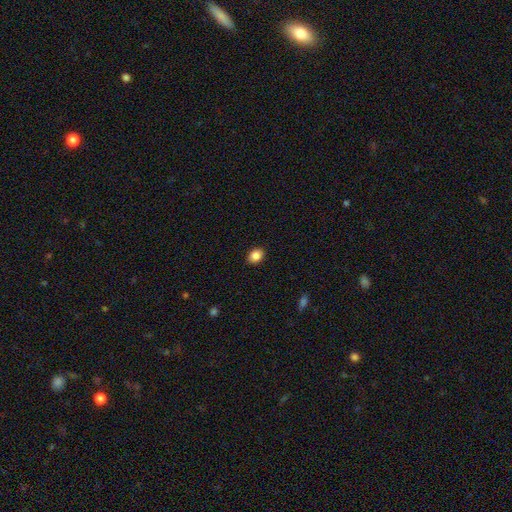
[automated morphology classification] Smooth or featured?
  - smooth: 87% *
  - star or artifact: 9%
  - featured or disk: 5%
How rounded?
  - in between: 61% *
  - round: 38%
  - cigar-shaped: 1%
Merging?
  - none: 91% *
  - minor disturbance: 7%
  - major disturbance: 2%
  - merger: 1%